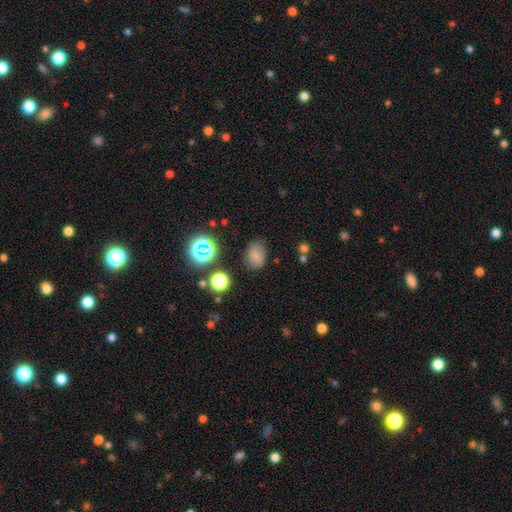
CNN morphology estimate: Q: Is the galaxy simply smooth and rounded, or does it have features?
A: smooth — 71%.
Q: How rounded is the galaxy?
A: in between — 63%.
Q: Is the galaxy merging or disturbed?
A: none — 73%.